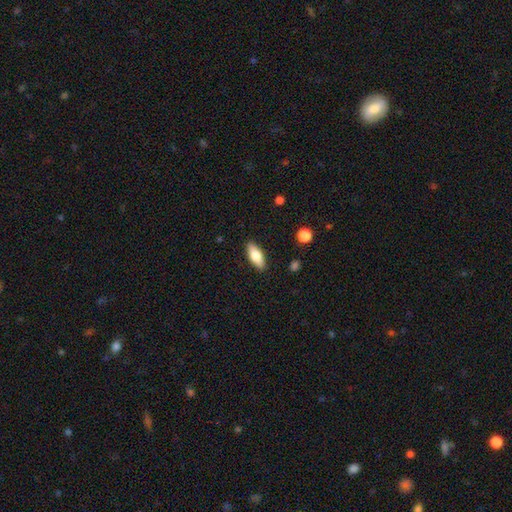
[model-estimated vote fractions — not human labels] A smooth galaxy with no disk features (74%) that is in between round and cigar-shaped (78%).

Vote fractions:
- Smooth or featured? smooth: 74% / featured or disk: 20% / star or artifact: 6%
- How rounded? in between: 78% / cigar-shaped: 19% / round: 2%
- Merging? none: 88% / minor disturbance: 9% / major disturbance: 2% / merger: 1%